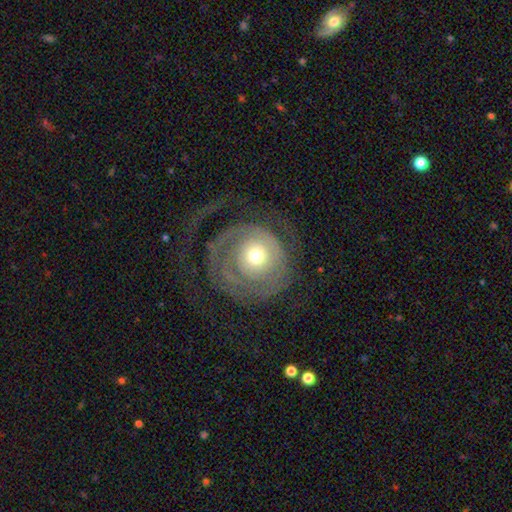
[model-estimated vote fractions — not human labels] The model was most divided on "spiral arm count": 1: 31%, 2: 29%, can't tell: 24%, 3: 8%, 4: 4%, more than 4: 4%. More confident: edge-on disk — no (97%); spiral arms — yes (85%); bar — no (84%); smooth or featured — featured or disk (75%); spiral winding — tight (63%); bulge size — moderate (54%); merging — none (53%).